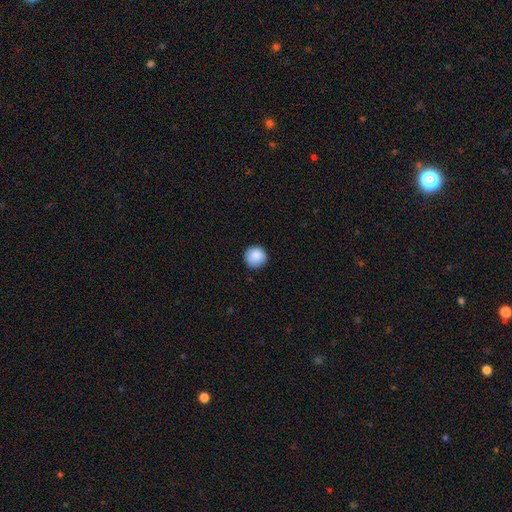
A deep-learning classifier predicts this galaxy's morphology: type=smooth (88%); roundness=round (94%); merging=none (85%).